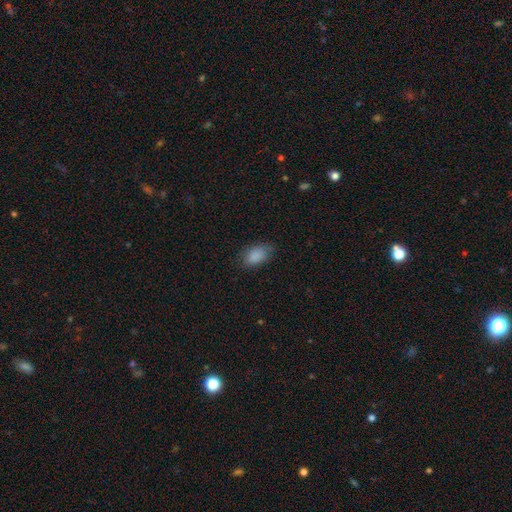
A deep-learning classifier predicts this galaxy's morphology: Overall: smooth (87%). How rounded: in between (89%). Merging: none (75%).